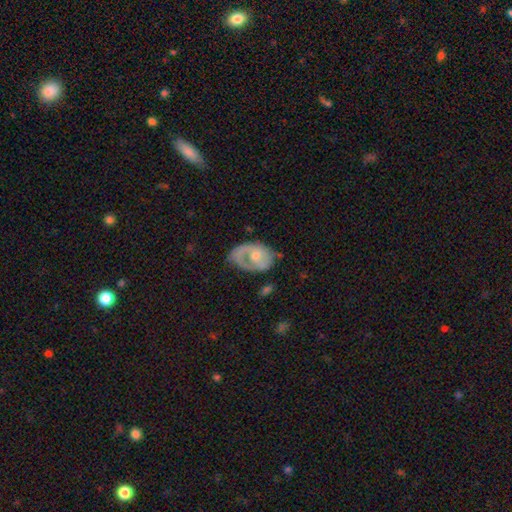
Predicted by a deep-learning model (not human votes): Overall: featured or disk (59%; smooth 35%). Edge-on disk: no (95%). Bar: no (81%). Spiral arms: no (51%; yes 49%). Bulge size: moderate (56%; small 36%). Merging: none (46%; minor disturbance 28%).